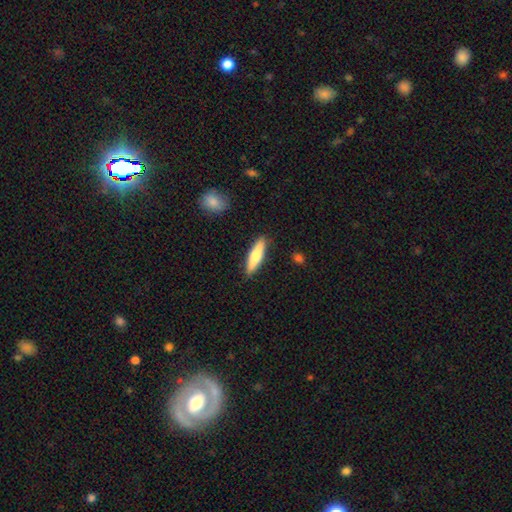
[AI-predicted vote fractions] Q: Smooth or featured?
A: smooth (65%); runner-up: featured or disk (30%)
Q: How rounded?
A: cigar-shaped (73%); runner-up: in between (25%)
Q: Merging?
A: none (89%); runner-up: minor disturbance (8%)